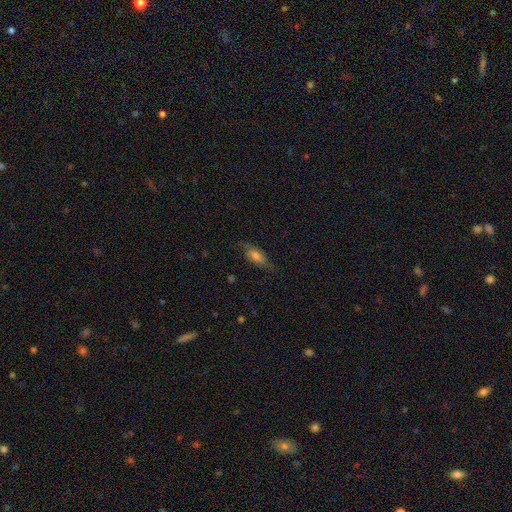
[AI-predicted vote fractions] The model was most divided on "smooth or featured": smooth: 60%, featured or disk: 30%, star or artifact: 9%. More confident: merging — none (69%); how rounded — in between (69%).